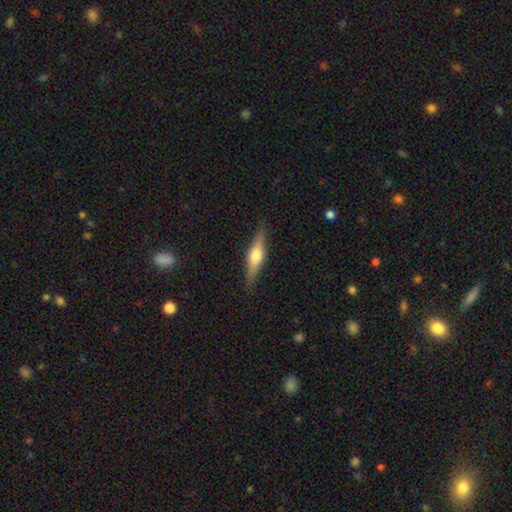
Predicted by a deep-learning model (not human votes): smooth_or_featured: featured or disk (p=0.57) [alt: smooth p=0.37]
disk_edge_on: yes (p=0.95) [alt: no p=0.05]
edge_on_bulge: rounded (p=0.88) [alt: boxy p=0.08]
merging: none (p=0.87) [alt: minor disturbance p=0.10]